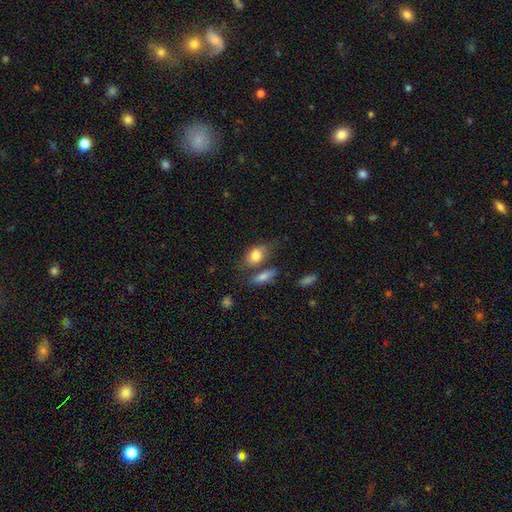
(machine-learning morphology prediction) smooth_or_featured: smooth (p=0.81) [alt: featured or disk p=0.12]
how_rounded: in between (p=0.84) [alt: round p=0.11]
merging: none (p=0.53) [alt: merger p=0.23]